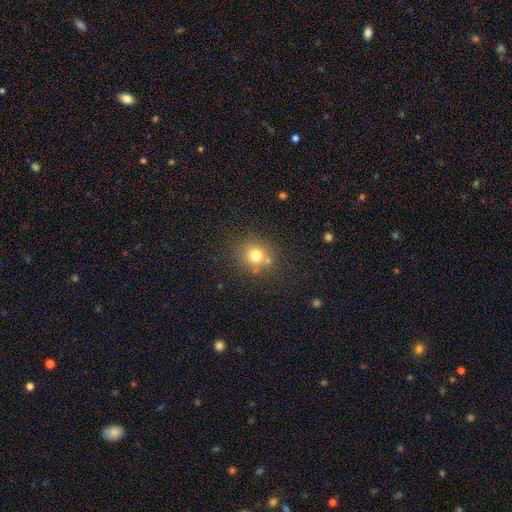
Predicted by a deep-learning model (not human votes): A smooth galaxy with no disk features (76%) that is round (86%).

Vote fractions:
- Smooth or featured? smooth: 76% / star or artifact: 15% / featured or disk: 10%
- How rounded? round: 86% / in between: 13% / cigar-shaped: 1%
- Merging? none: 73% / minor disturbance: 12% / merger: 11% / major disturbance: 4%